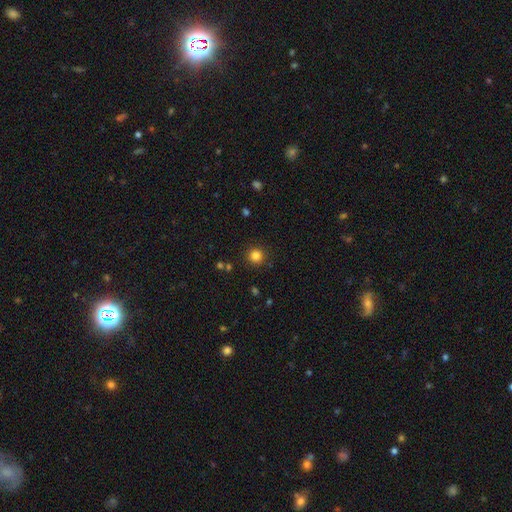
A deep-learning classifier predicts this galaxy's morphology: smooth-or-featured: smooth: 82% | star or artifact: 13% | featured or disk: 5%
  how-rounded: round: 94% | in between: 5% | cigar-shaped: 1%
  merging: none: 90% | minor disturbance: 6% | major disturbance: 2% | merger: 2%